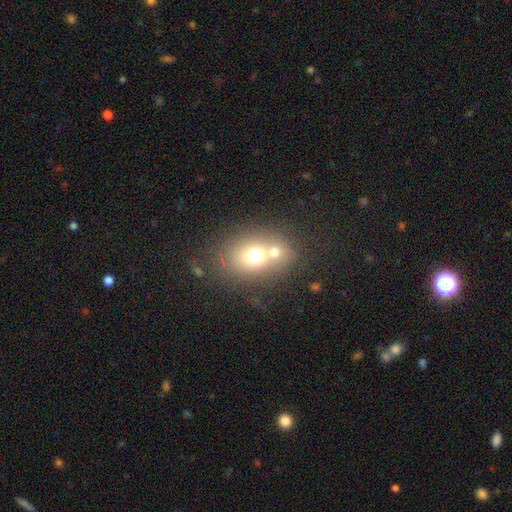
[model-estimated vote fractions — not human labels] Q: Smooth or featured?
A: smooth (66%); runner-up: featured or disk (21%)
Q: How rounded?
A: in between (51%); runner-up: round (47%)
Q: Merging?
A: merger (50%); runner-up: none (37%)